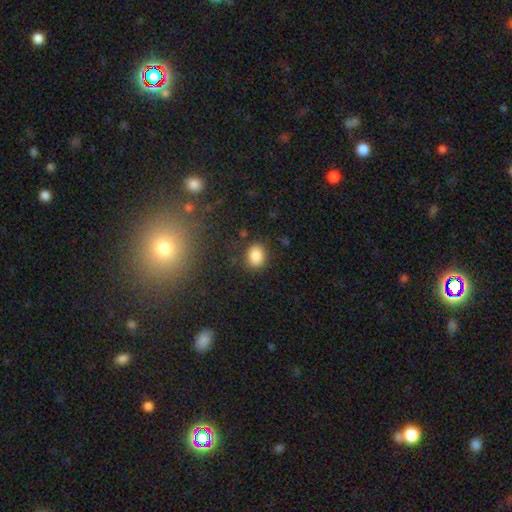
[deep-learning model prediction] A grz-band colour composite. It shows a smooth galaxy with no disk features (84%) that is in between round and cigar-shaped (55%). Merging: none (82%).